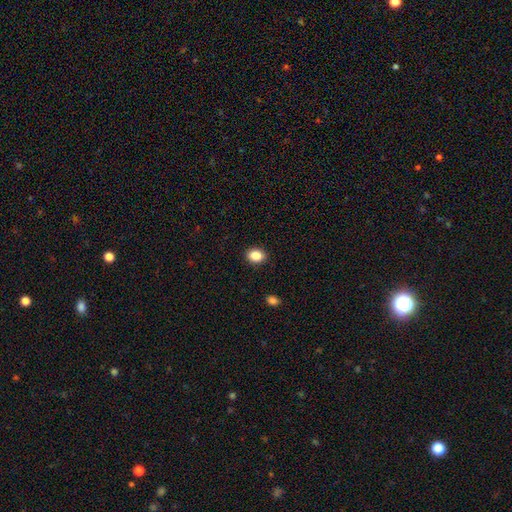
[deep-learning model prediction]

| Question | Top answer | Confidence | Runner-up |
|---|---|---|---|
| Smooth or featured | smooth | 87% | star or artifact (9%) |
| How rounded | in between | 57% | round (42%) |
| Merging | none | 89% | minor disturbance (8%) |